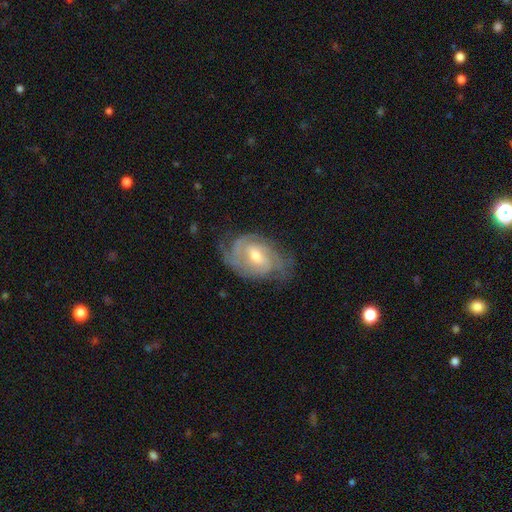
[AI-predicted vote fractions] Smooth or featured?
  - featured or disk: 87% *
  - smooth: 8%
  - star or artifact: 5%
Edge-on disk?
  - no: 97% *
  - yes: 3%
Bar?
  - weak: 51% *
  - no: 34%
  - strong: 15%
Spiral arms?
  - yes: 97% *
  - no: 3%
Spiral winding?
  - tight: 60% *
  - medium: 33%
  - loose: 7%
Spiral arm count?
  - 2: 33% *
  - 3: 30%
  - can't tell: 20%
  - 4: 8%
  - 1: 4%
  - more than 4: 4%
Bulge size?
  - moderate: 60% *
  - small: 35%
  - large: 3%
  - none: 1%
  - dominant: 1%
Merging?
  - none: 71% *
  - minor disturbance: 20%
  - major disturbance: 8%
  - merger: 1%